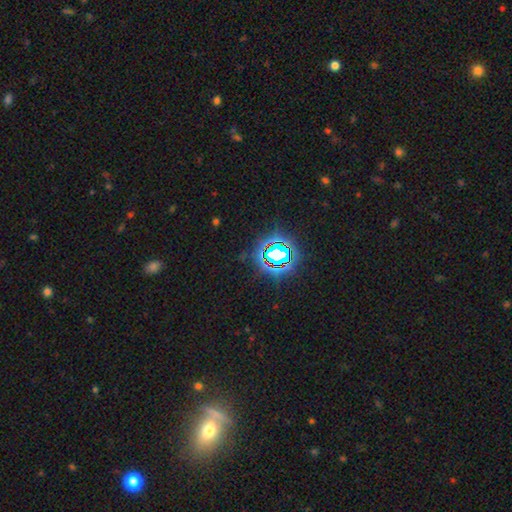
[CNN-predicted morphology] Smooth or featured? Predicted: star or artifact (p=0.79).